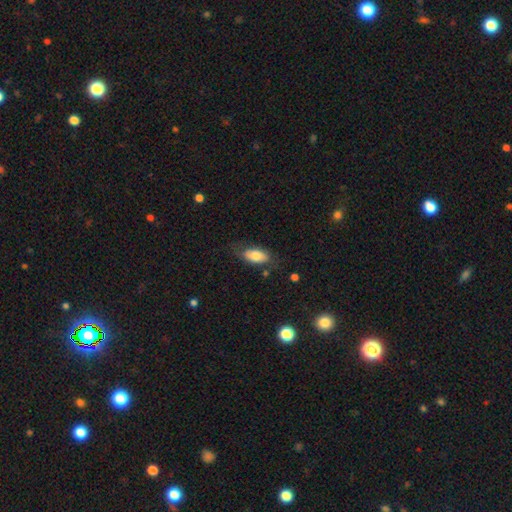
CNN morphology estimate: A smooth galaxy with no disk features (74%) that is in between round and cigar-shaped (91%).

Vote fractions:
- Smooth or featured? smooth: 74% / featured or disk: 19% / star or artifact: 7%
- How rounded? in between: 91% / cigar-shaped: 6% / round: 4%
- Merging? none: 68% / minor disturbance: 22% / major disturbance: 8% / merger: 2%